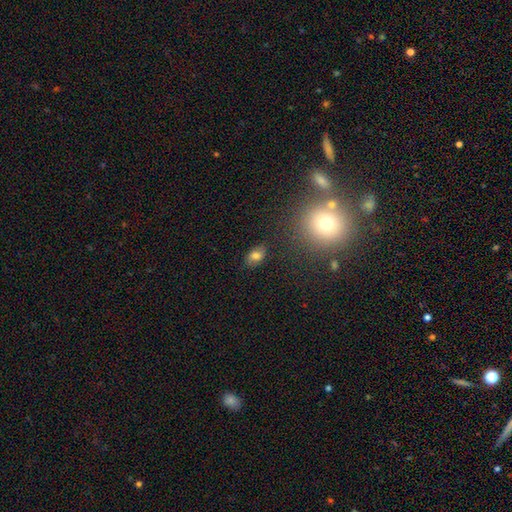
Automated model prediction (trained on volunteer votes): smooth 72%, featured or disk 15%, star or artifact 13%. Down the decision tree: how rounded — in between (84%); merging — none (79%).